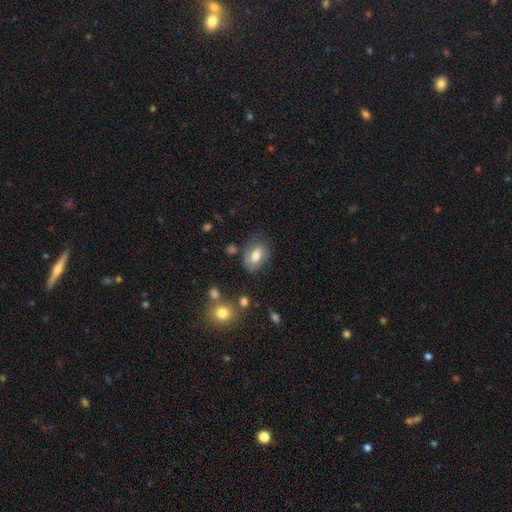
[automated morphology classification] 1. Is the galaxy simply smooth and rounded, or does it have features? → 65% smooth, 27% featured or disk, 8% star or artifact.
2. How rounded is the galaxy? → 82% in between, 16% round, 1% cigar-shaped.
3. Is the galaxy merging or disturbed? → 65% none, 23% minor disturbance, 9% major disturbance, 4% merger.